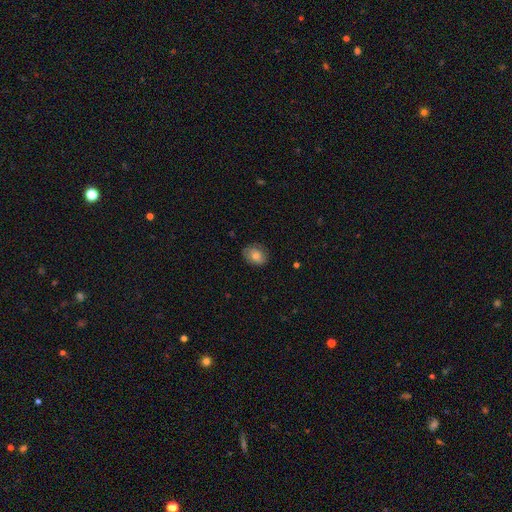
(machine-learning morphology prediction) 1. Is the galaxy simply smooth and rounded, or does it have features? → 75% smooth, 16% featured or disk, 9% star or artifact.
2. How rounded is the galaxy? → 51% in between, 48% round, 1% cigar-shaped.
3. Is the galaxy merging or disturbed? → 79% none, 16% minor disturbance, 3% major disturbance, 1% merger.